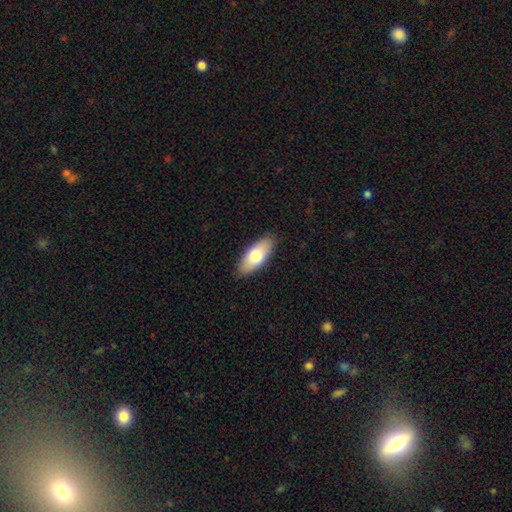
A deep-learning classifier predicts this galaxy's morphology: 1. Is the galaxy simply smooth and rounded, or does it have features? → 74% smooth, 20% featured or disk, 6% star or artifact.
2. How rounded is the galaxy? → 83% in between, 15% cigar-shaped, 2% round.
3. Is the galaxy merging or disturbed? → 88% none, 9% minor disturbance, 2% major disturbance, 1% merger.